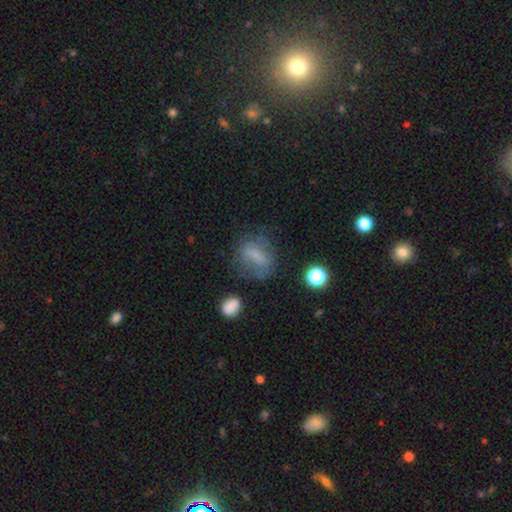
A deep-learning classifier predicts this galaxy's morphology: Smooth or featured: smooth — 52% (featured or disk — 33%)
How rounded: in between — 55% (round — 31%)
Merging: none — 54% (minor disturbance — 22%)